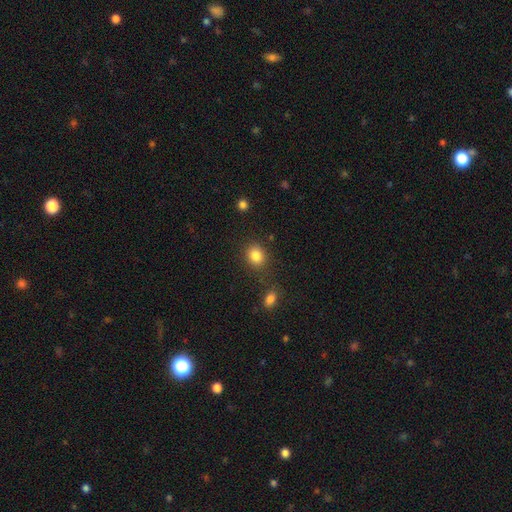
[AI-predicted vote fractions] This is clearly a smooth galaxy (84%). How rounded: likely round (64%). Merging: clearly none (80%).